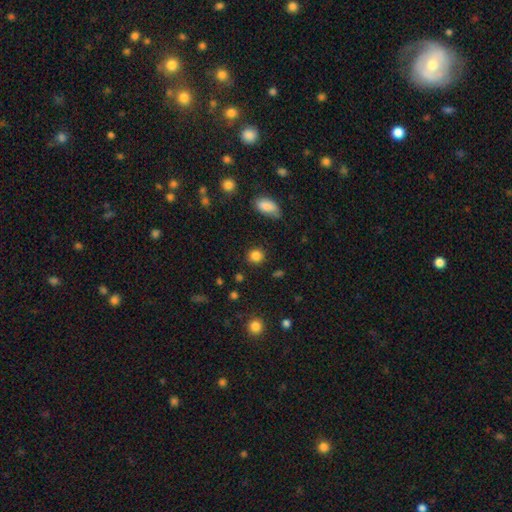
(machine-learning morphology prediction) Smooth or featured?
  - smooth: 85% *
  - star or artifact: 11%
  - featured or disk: 4%
How rounded?
  - round: 88% *
  - in between: 11%
  - cigar-shaped: 1%
Merging?
  - none: 88% *
  - minor disturbance: 7%
  - major disturbance: 3%
  - merger: 2%